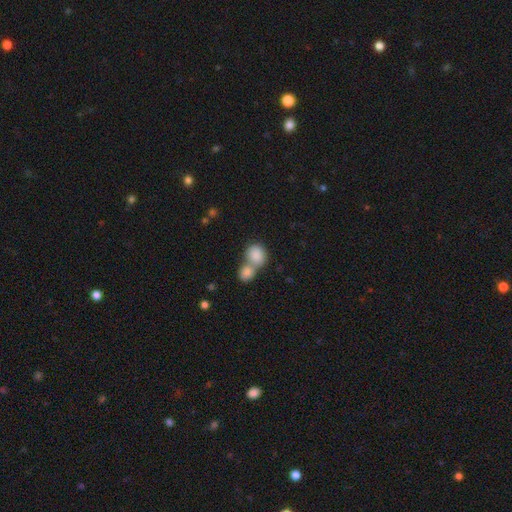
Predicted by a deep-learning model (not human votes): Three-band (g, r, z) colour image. It shows a smooth galaxy with no disk features (85%) that is round (63%). Merging: merger (65%).